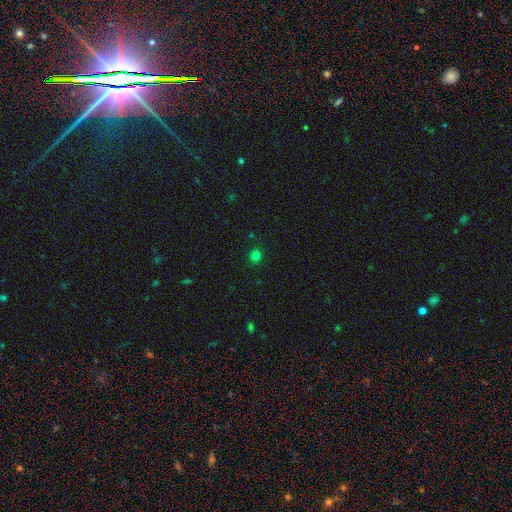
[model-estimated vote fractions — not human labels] Smooth or featured?
  - smooth: 77% *
  - star or artifact: 19%
  - featured or disk: 4%
How rounded?
  - round: 89% *
  - in between: 10%
  - cigar-shaped: 1%
Merging?
  - none: 90% *
  - minor disturbance: 6%
  - major disturbance: 2%
  - merger: 1%